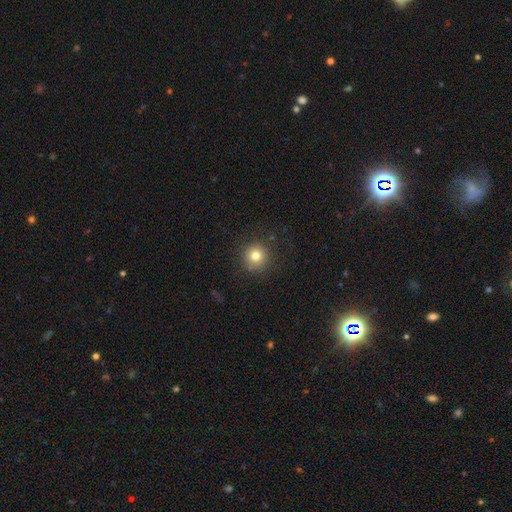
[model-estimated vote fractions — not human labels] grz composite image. It shows a smooth galaxy with no disk features (79%) that is round (94%). Merging: none (87%).